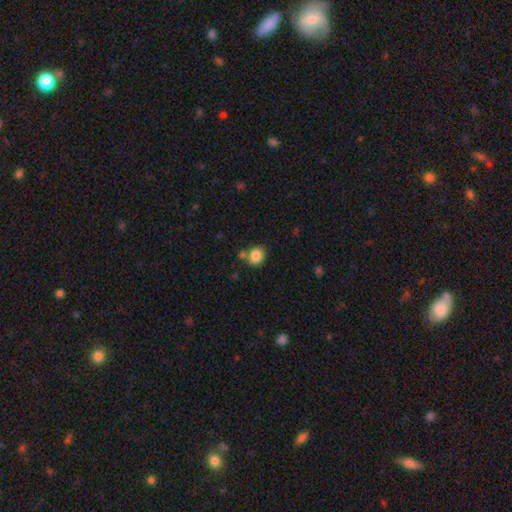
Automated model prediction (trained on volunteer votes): This is clearly a smooth galaxy (85%). How rounded: likely round (75%). Merging: likely none (71%).